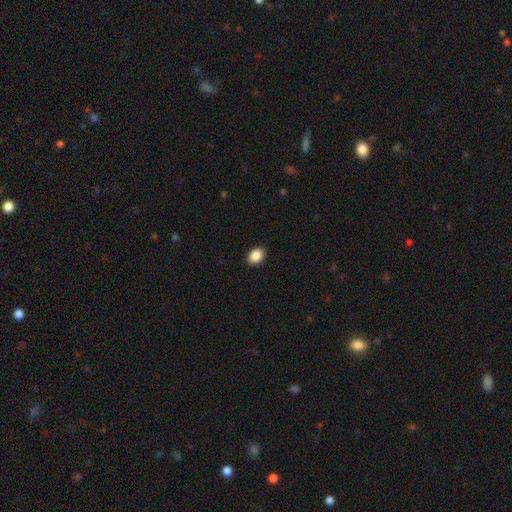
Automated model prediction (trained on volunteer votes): A smooth galaxy with no disk features (89%) that is in between round and cigar-shaped (74%). Merging: none (91%).